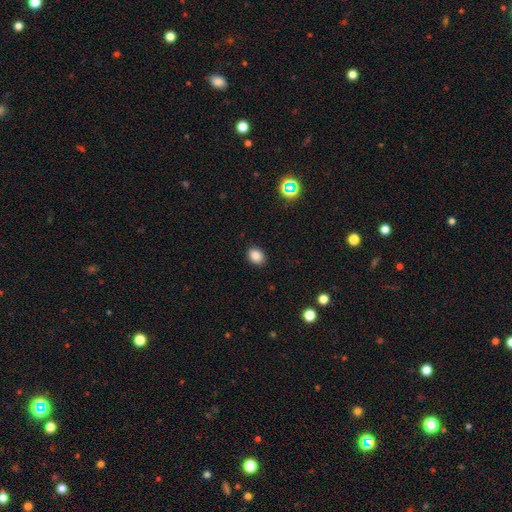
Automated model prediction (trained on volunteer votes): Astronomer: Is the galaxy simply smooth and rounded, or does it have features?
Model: smooth — 86%.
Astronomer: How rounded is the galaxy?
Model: in between — 66%.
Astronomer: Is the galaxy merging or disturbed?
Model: none — 88%.